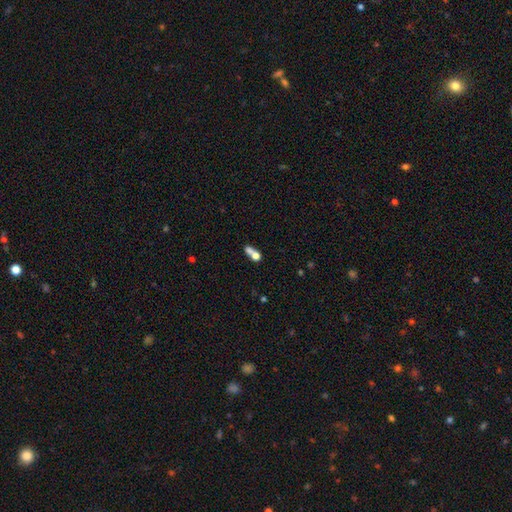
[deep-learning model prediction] smooth 68%, featured or disk 20%, star or artifact 12%. Down the decision tree: how rounded — in between (47%); merging — merger (60%).